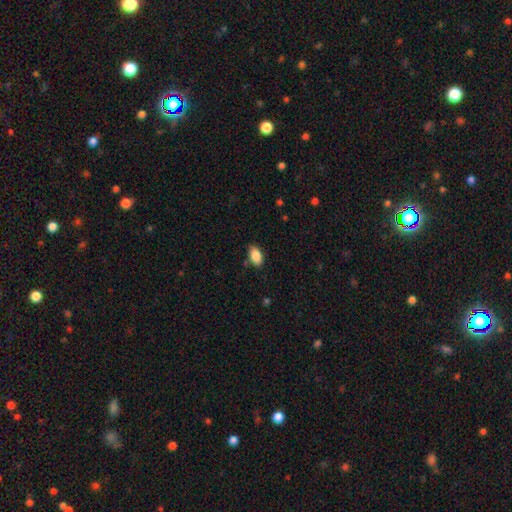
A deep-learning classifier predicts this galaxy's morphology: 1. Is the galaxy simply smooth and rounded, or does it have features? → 87% smooth, 7% star or artifact, 6% featured or disk.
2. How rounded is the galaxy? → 93% in between, 5% round, 2% cigar-shaped.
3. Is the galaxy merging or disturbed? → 82% none, 13% minor disturbance, 2% major disturbance, 2% merger.